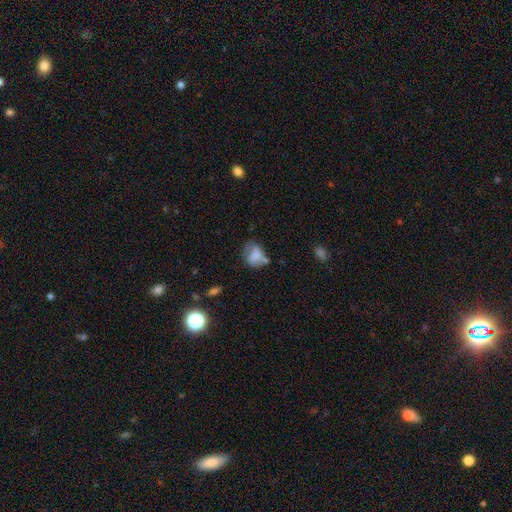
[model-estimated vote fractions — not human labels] This is likely a smooth galaxy (69%). How rounded: likely in between (64%). Merging: marginally none (35%).